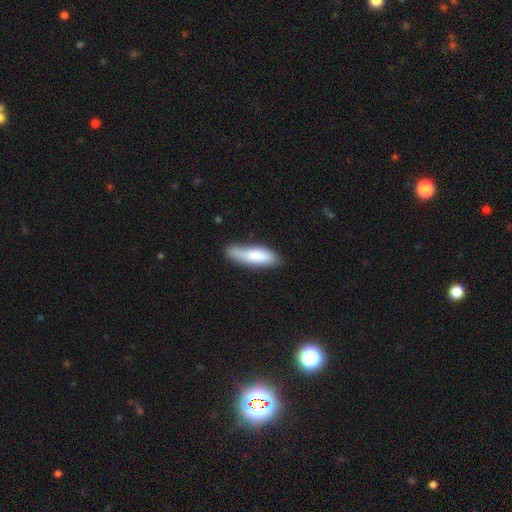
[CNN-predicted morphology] smooth_or_featured: smooth (p=0.80) [alt: featured or disk p=0.14]
how_rounded: cigar-shaped (p=0.54) [alt: in between p=0.45]
merging: none (p=0.63) [alt: minor disturbance p=0.27]